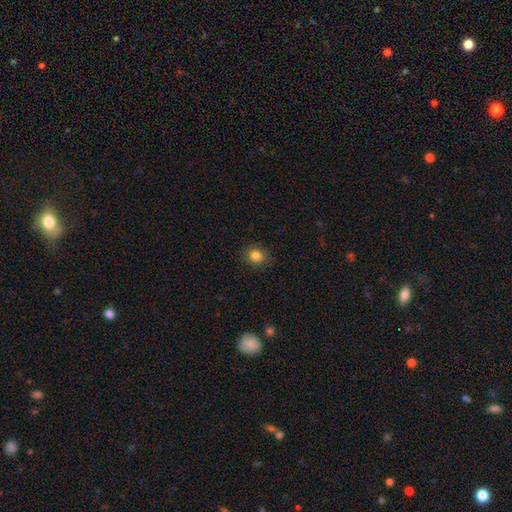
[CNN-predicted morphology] The model was most divided on "how rounded": round: 65%, in between: 34%, cigar-shaped: 1%. More confident: merging — none (86%); smooth or featured — smooth (83%).